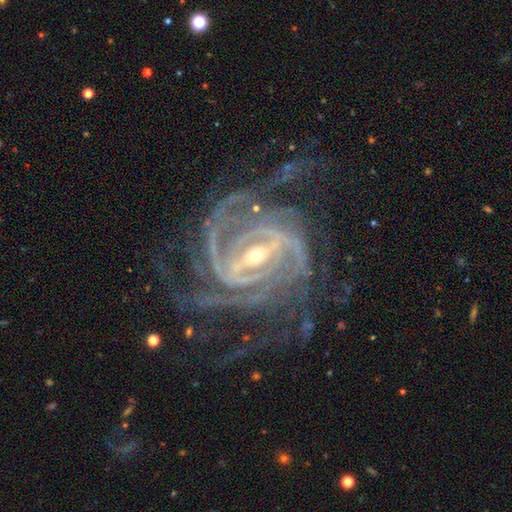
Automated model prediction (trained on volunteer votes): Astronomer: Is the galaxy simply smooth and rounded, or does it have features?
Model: featured or disk — 94%.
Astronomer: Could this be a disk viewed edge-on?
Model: no — 97%.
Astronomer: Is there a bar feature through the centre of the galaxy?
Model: strong — 71%.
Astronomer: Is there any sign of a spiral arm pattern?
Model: yes — 99%.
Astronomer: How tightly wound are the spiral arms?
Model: tight — 64%.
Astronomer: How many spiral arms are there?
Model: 4 — 29% (runner-up: 3, 19%).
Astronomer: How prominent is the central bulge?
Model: small — 59% (runner-up: moderate, 38%).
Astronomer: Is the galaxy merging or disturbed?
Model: none — 68%.